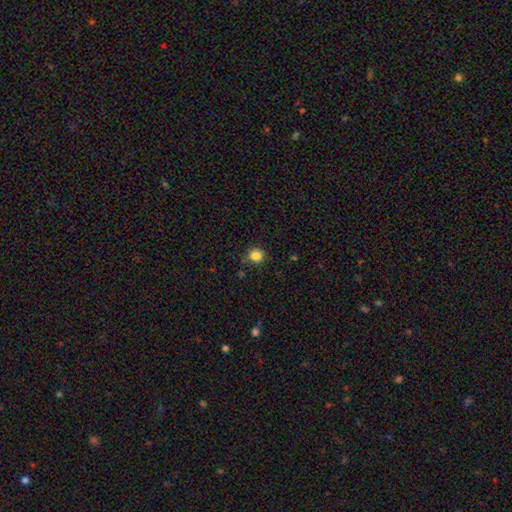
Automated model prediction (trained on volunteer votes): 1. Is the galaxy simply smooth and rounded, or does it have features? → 84% smooth, 12% star or artifact, 4% featured or disk.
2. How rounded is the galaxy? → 90% round, 9% in between, 1% cigar-shaped.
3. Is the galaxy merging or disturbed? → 83% none, 11% minor disturbance, 3% merger, 3% major disturbance.